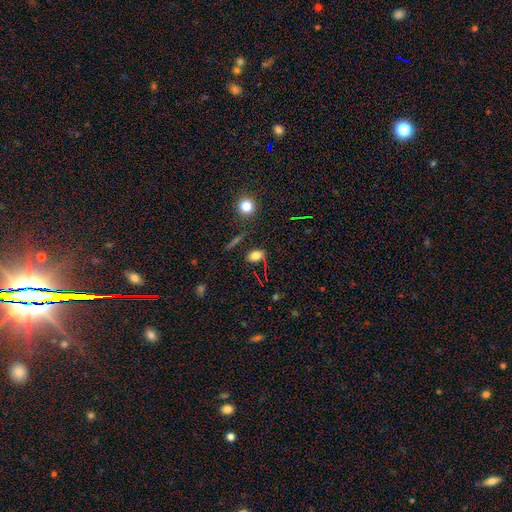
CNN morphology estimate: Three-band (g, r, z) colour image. It shows a smooth galaxy with no disk features (72%) that is in between round and cigar-shaped (73%). Merging: none (75%).